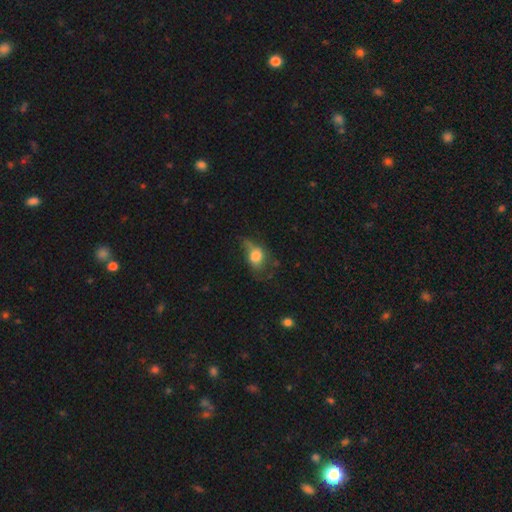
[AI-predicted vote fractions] The model was most divided on "merging": major disturbance: 38%, none: 30%, minor disturbance: 28%, merger: 4%. More confident: how rounded — in between (66%); smooth or featured — smooth (61%).